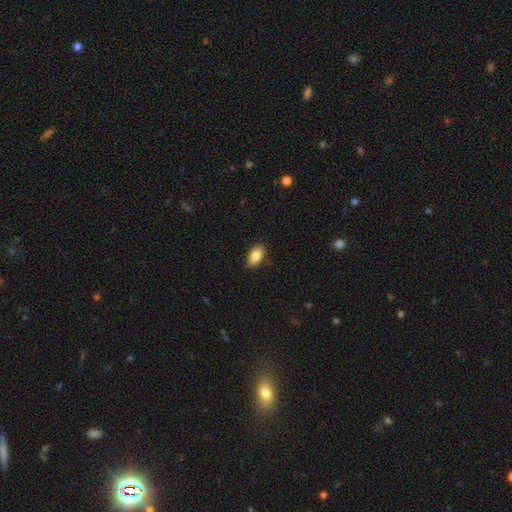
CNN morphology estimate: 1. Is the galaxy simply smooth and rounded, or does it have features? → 85% smooth, 8% featured or disk, 7% star or artifact.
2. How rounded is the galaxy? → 91% in between, 5% cigar-shaped, 4% round.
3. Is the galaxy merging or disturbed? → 86% none, 11% minor disturbance, 2% major disturbance, 1% merger.